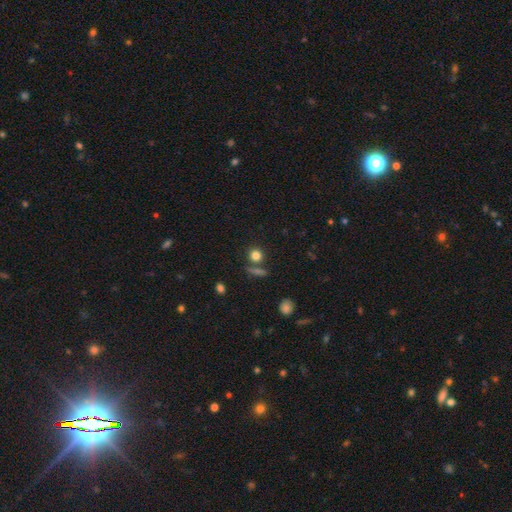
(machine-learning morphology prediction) Overall: smooth (81%). How rounded: round (88%). Merging: none (73%).